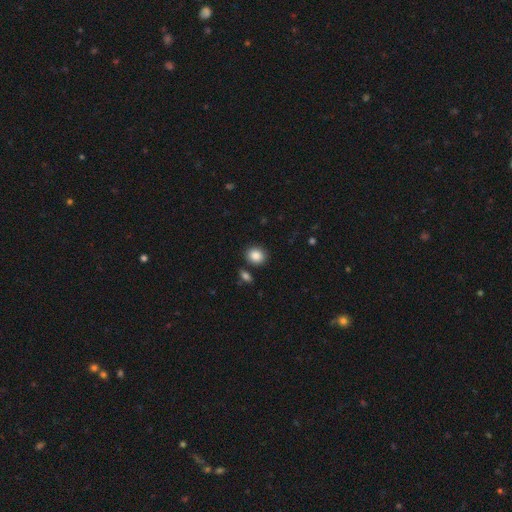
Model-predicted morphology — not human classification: type=smooth (87%); roundness=round (71%); merging=none (84%).